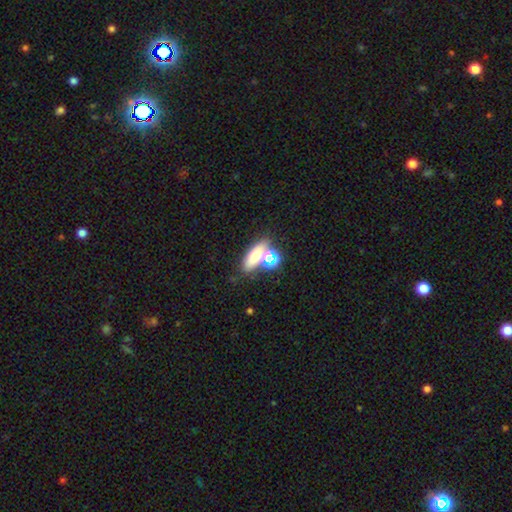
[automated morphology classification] Smooth or featured? Predicted: smooth (p=0.66). How rounded? Predicted: in between (p=0.56). Merging? Predicted: none (p=0.58).